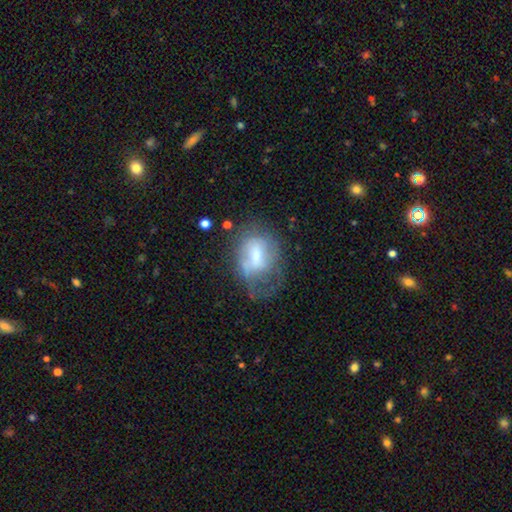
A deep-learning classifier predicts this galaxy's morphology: Smooth or featured? featured or disk (47%)
Merging? major disturbance (35%)